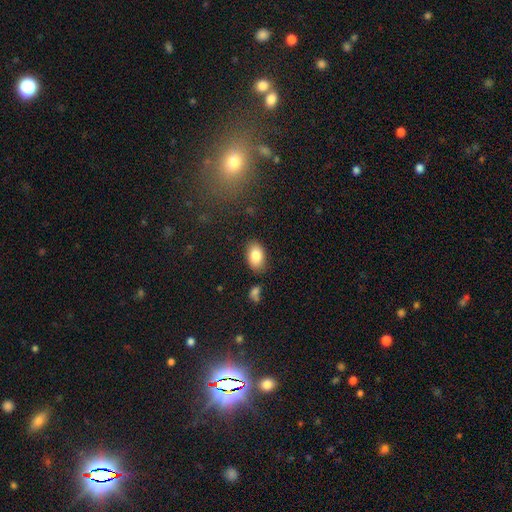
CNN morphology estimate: Smooth or featured: smooth — 84% (featured or disk — 9%)
How rounded: in between — 91% (round — 8%)
Merging: none — 83% (minor disturbance — 11%)